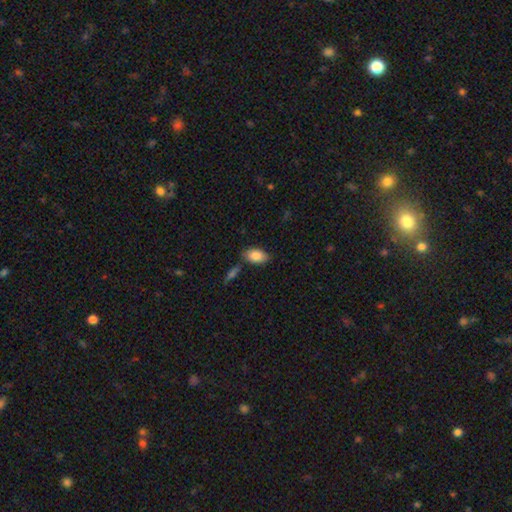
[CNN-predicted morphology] Smooth or featured: smooth — 86% (featured or disk — 8%)
How rounded: in between — 93% (round — 5%)
Merging: none — 74% (minor disturbance — 15%)